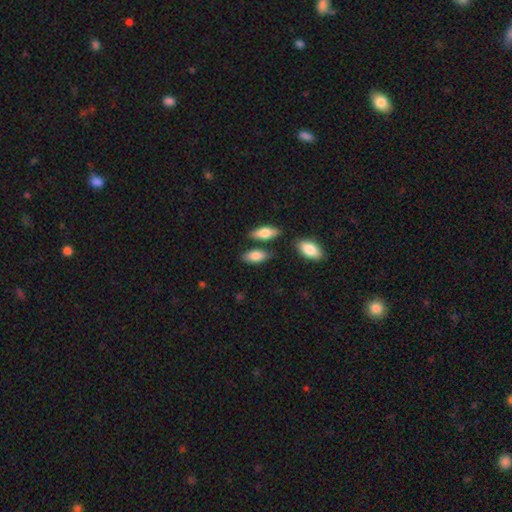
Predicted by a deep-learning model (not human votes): Morphology: type=smooth (81%); roundness=in between (87%); merging=none (71%).